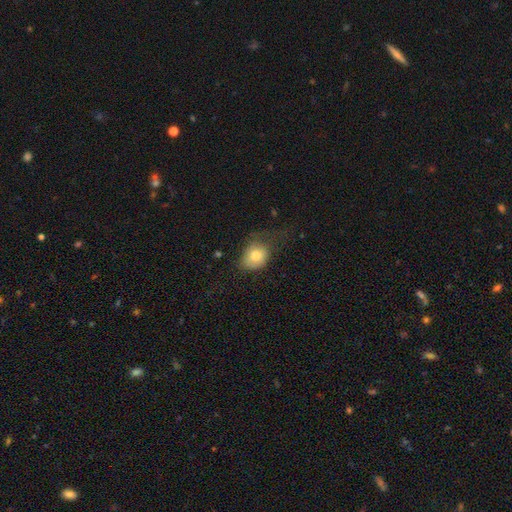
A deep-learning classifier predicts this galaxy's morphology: Smooth or featured?
  - smooth: 76% *
  - featured or disk: 16%
  - star or artifact: 9%
How rounded?
  - in between: 53% *
  - round: 46%
  - cigar-shaped: 1%
Merging?
  - none: 42% *
  - minor disturbance: 34%
  - major disturbance: 23%
  - merger: 2%